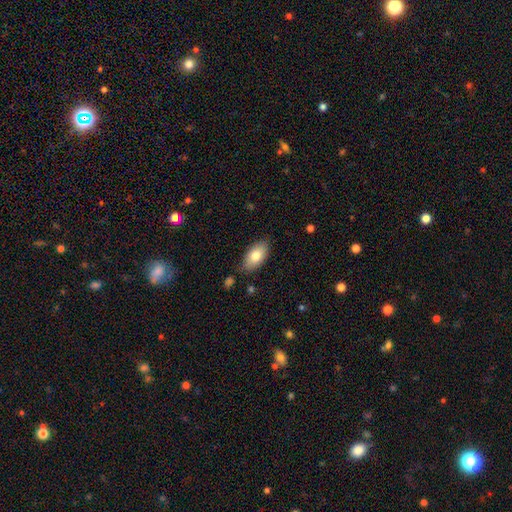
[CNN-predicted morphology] smooth_or_featured: smooth (p=0.79) [alt: featured or disk p=0.15]
how_rounded: in between (p=0.93) [alt: round p=0.04]
merging: none (p=0.79) [alt: minor disturbance p=0.16]